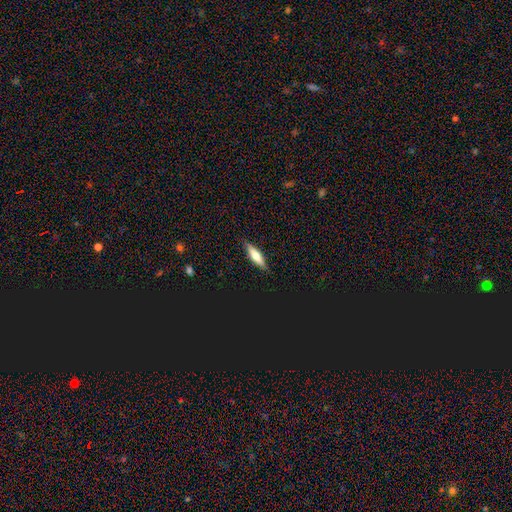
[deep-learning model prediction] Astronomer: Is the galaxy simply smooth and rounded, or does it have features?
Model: smooth — 58% (runner-up: featured or disk, 33%).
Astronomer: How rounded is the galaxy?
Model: cigar-shaped — 65%.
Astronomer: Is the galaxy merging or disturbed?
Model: none — 87%.